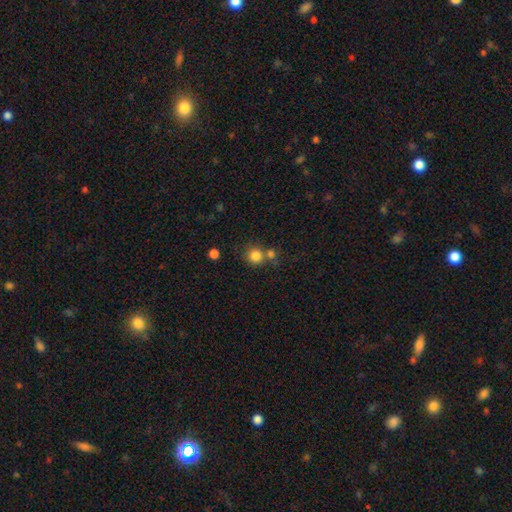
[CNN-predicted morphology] Smooth or featured: smooth — 82% (star or artifact — 11%)
How rounded: round — 90% (in between — 9%)
Merging: none — 60% (merger — 27%)